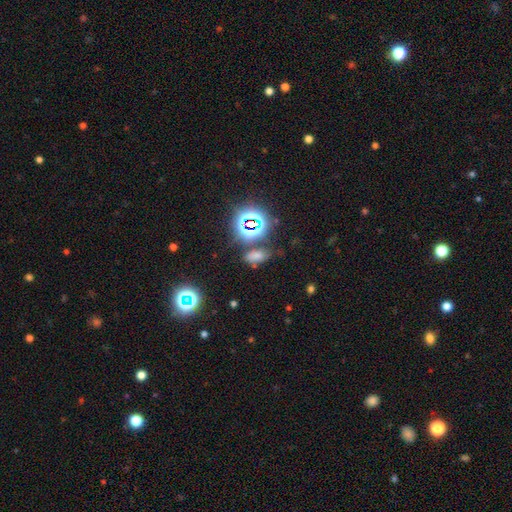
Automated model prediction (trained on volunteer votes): The model was most divided on "smooth or featured": smooth: 52%, star or artifact: 38%, featured or disk: 10%. More confident: how rounded — in between (84%); merging — none (65%).